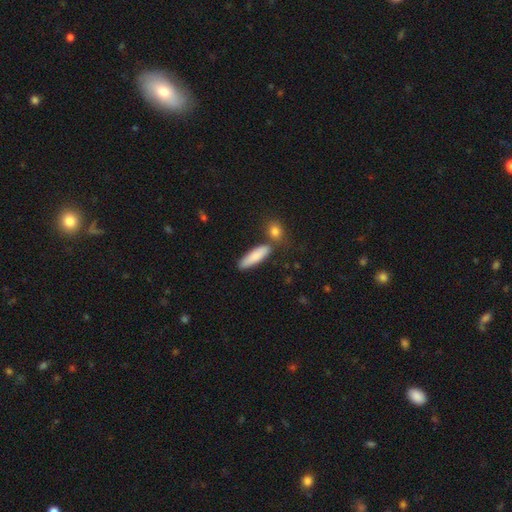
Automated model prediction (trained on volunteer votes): Morphology: type=smooth (83%); roundness=cigar-shaped (61%); merging=none (71%).